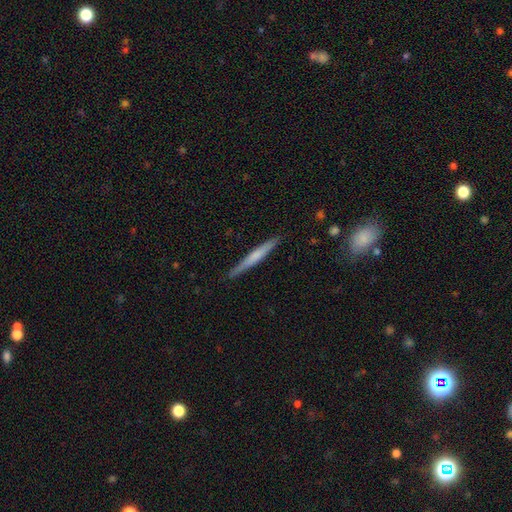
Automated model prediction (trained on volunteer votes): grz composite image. It shows a smooth galaxy with no disk features (49%). Merging: none (90%).